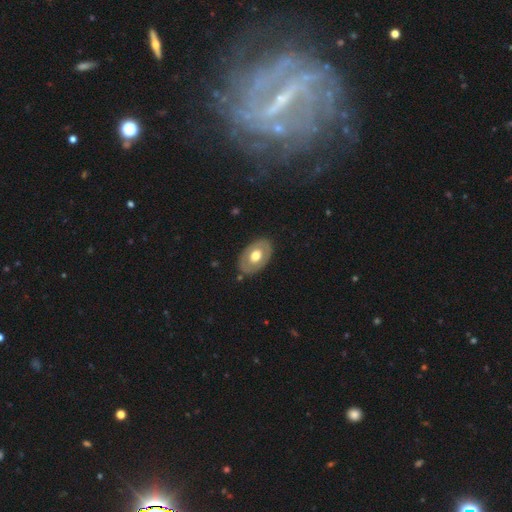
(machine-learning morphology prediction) The model was most divided on "smooth or featured": smooth: 52%, featured or disk: 42%, star or artifact: 5%. More confident: how rounded — in between (85%); merging — none (84%).